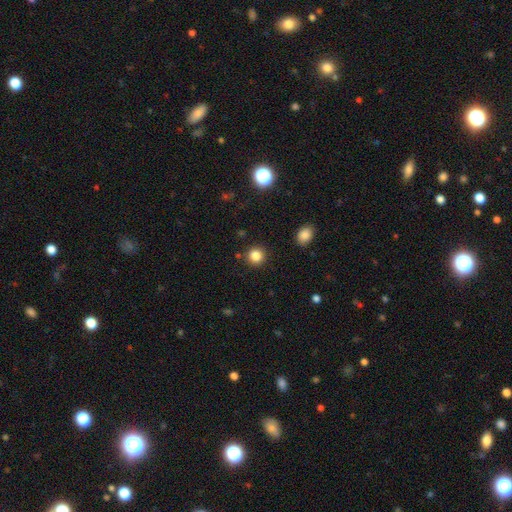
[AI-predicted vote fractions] Overall: smooth (84%). How rounded: round (93%). Merging: none (90%).